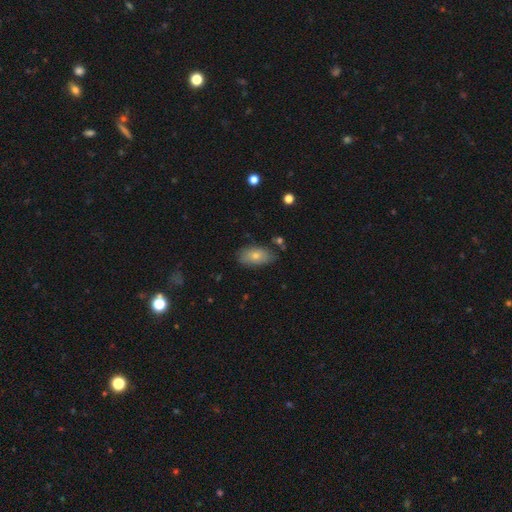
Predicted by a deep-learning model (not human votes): smooth_or_featured: smooth (p=0.74) [alt: featured or disk p=0.18]
how_rounded: in between (p=0.91) [alt: round p=0.06]
merging: none (p=0.73) [alt: minor disturbance p=0.20]